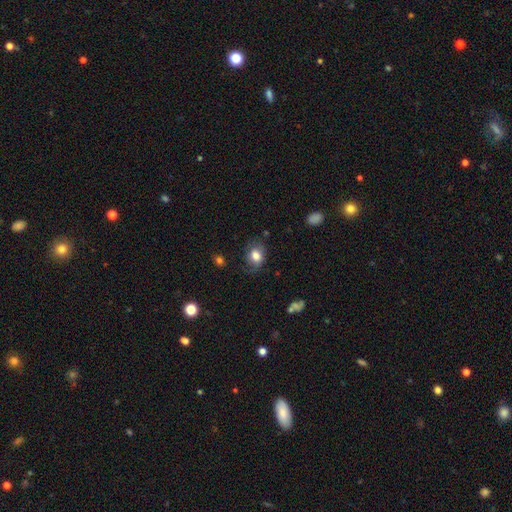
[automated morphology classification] Smooth or featured? Predicted: smooth (p=0.78). How rounded? Predicted: in between (p=0.59). Merging? Predicted: none (p=0.68).